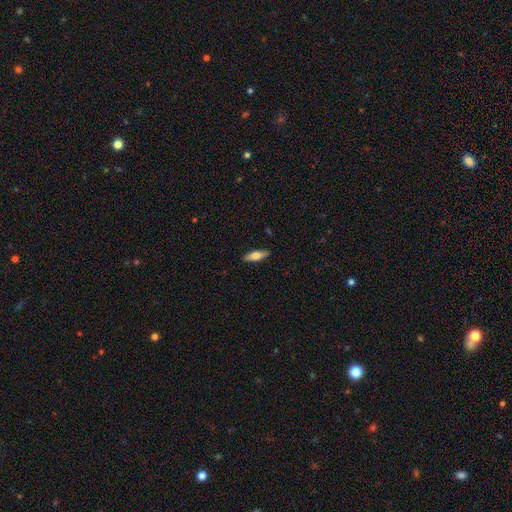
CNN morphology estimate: This is likely a smooth galaxy (61%). How rounded: possibly in between (49%). Merging: clearly none (88%).